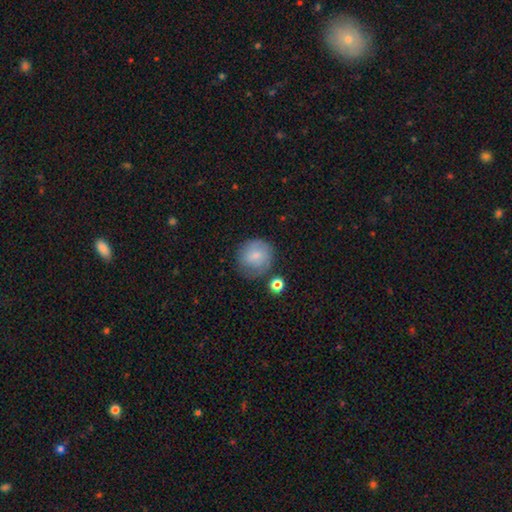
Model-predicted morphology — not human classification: This appears to be a smooth galaxy with no disk features (71%) that is round (88%). Merging: none (63%).